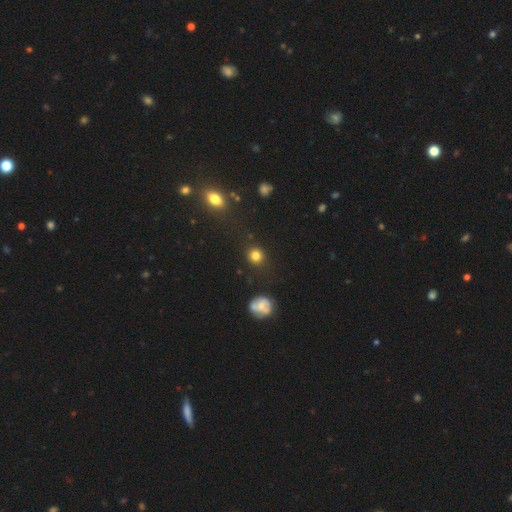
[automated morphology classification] Smooth or featured? smooth (81%)
How rounded? round (88%)
Merging? none (86%)